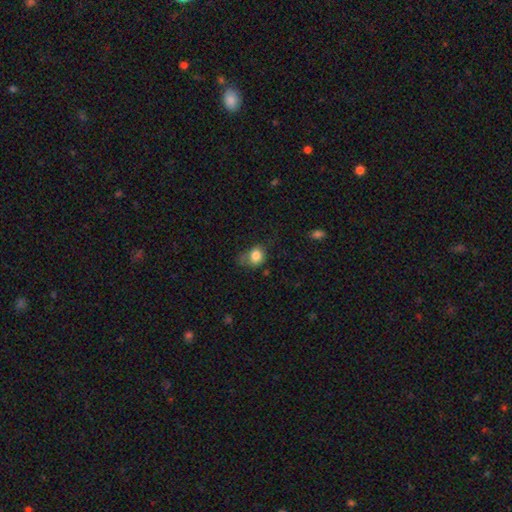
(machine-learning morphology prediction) The model was most divided on "merging": none: 36%, minor disturbance: 35%, major disturbance: 25%, merger: 4%. More confident: smooth or featured — smooth (81%); how rounded — round (53%).